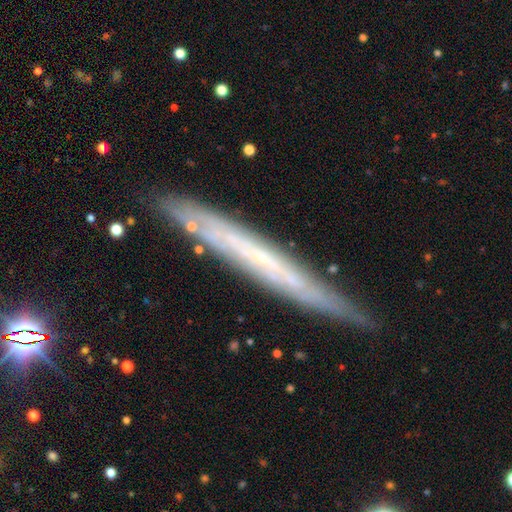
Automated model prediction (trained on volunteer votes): Smooth or featured: featured or disk — 63% (smooth — 28%)
Edge-on disk: yes — 85% (no — 15%)
Edge-on bulge: none — 83% (rounded — 13%)
Merging: none — 84% (minor disturbance — 12%)